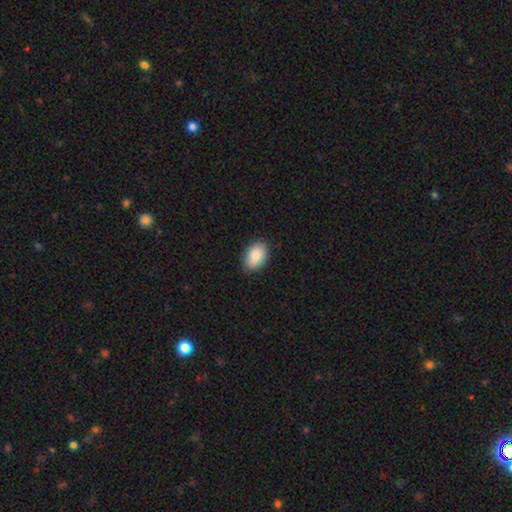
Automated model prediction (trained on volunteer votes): Smooth or featured: smooth — 88% (star or artifact — 6%)
How rounded: in between — 85% (round — 14%)
Merging: none — 86% (minor disturbance — 11%)